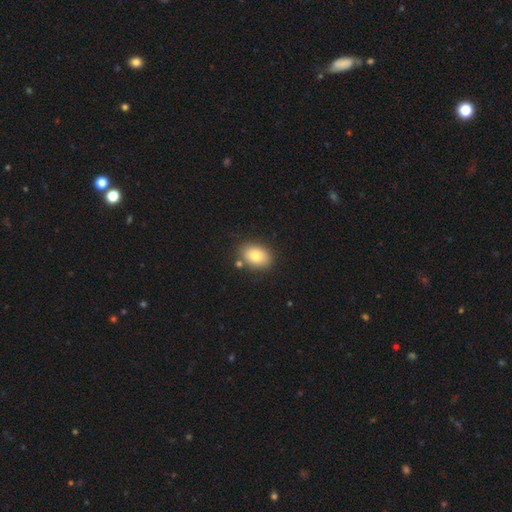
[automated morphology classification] The model was most divided on "how rounded": in between: 75%, round: 24%, cigar-shaped: 1%. More confident: merging — none (81%); smooth or featured — smooth (80%).